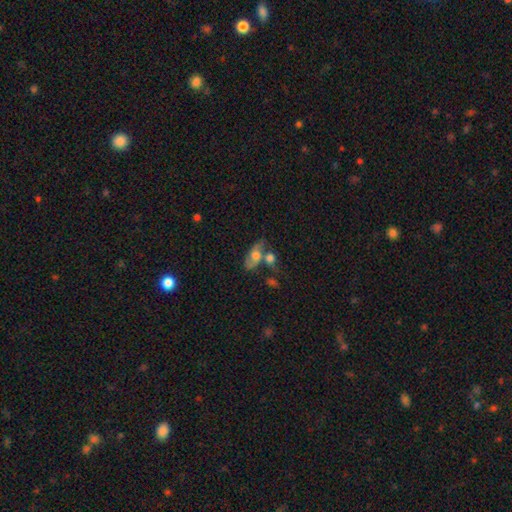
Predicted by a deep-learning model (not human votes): A featured or disk galaxy (47%).

Vote fractions:
- Smooth or featured? featured or disk: 47% / smooth: 43% / star or artifact: 9%
- Merging? none: 37% / merger: 36% / minor disturbance: 16% / major disturbance: 10%